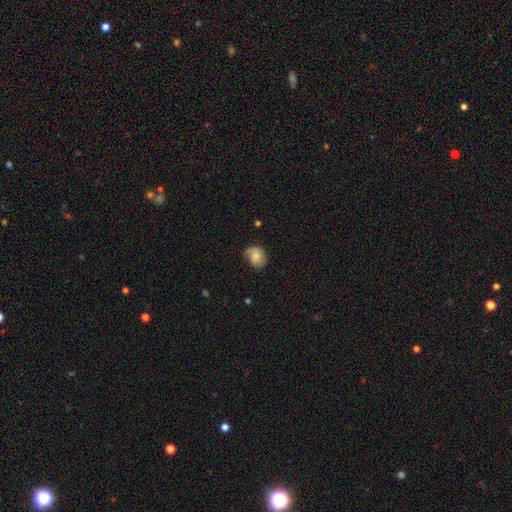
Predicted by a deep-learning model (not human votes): Smooth or featured? Predicted: smooth (p=0.57). How rounded? Predicted: round (p=0.54). Merging? Predicted: none (p=0.54).